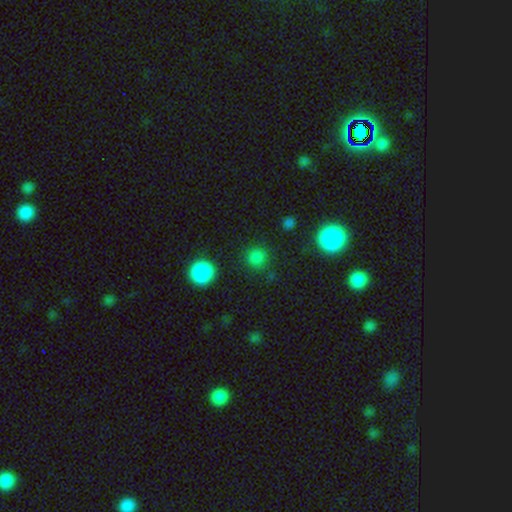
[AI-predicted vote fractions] Smooth or featured? Predicted: smooth (p=0.80). How rounded? Predicted: round (p=0.92). Merging? Predicted: none (p=0.86).